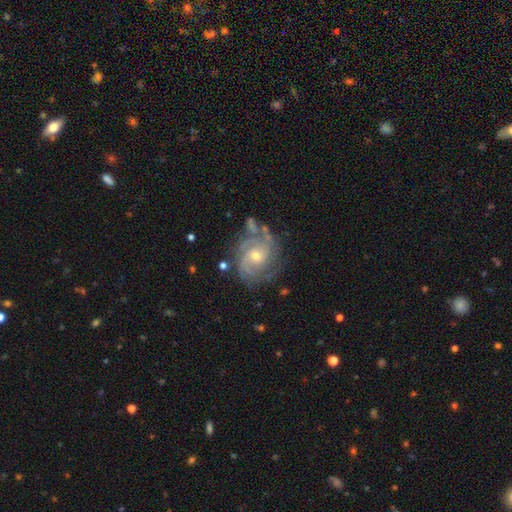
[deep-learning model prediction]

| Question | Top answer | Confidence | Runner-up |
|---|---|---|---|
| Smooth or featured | featured or disk | 88% | star or artifact (6%) |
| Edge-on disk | no | 98% | yes (2%) |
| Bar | no | 64% | weak (30%) |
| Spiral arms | yes | 97% | no (3%) |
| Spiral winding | tight | 56% | medium (35%) |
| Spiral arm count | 3 | 28% | 2 (26%) |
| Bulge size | small | 53% | moderate (44%) |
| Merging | none | 67% | minor disturbance (19%) |